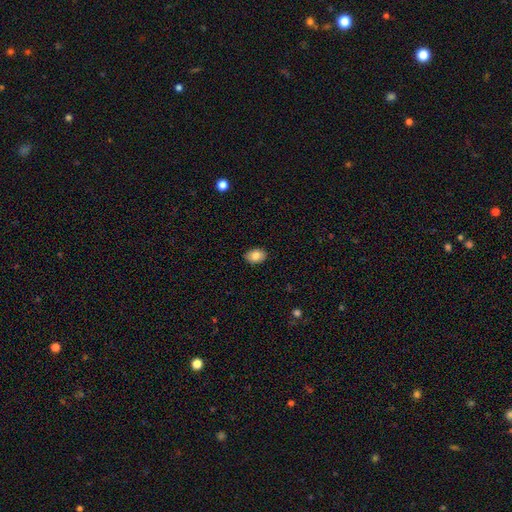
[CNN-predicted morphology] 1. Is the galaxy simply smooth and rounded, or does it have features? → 83% smooth, 10% featured or disk, 8% star or artifact.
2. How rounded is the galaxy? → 81% in between, 18% round, 1% cigar-shaped.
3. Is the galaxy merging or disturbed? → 88% none, 9% minor disturbance, 2% major disturbance, 1% merger.